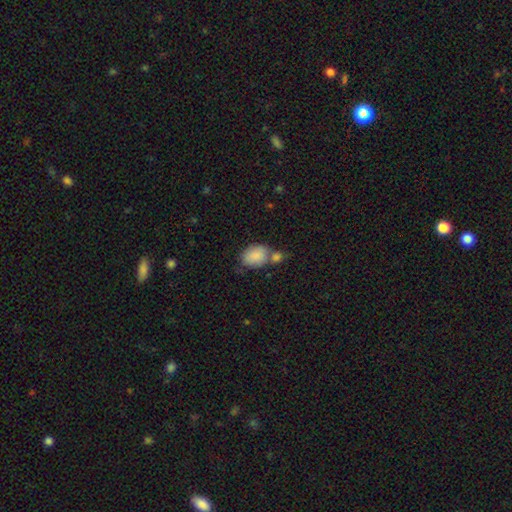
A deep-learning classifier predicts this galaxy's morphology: A smooth galaxy with no disk features (85%) that is in between round and cigar-shaped (75%). Merging: none (43%).